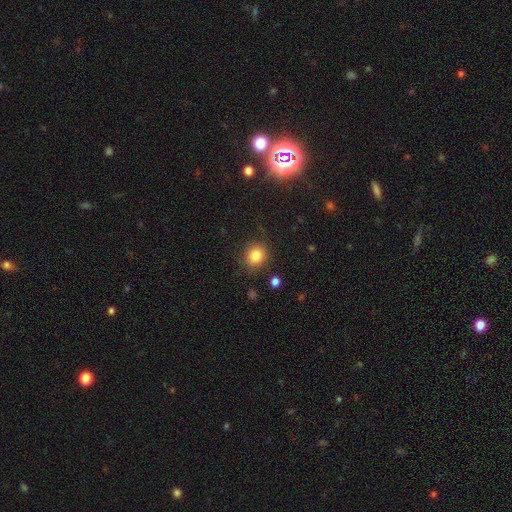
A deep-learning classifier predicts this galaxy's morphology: Smooth or featured? smooth (82%)
How rounded? round (84%)
Merging? none (85%)